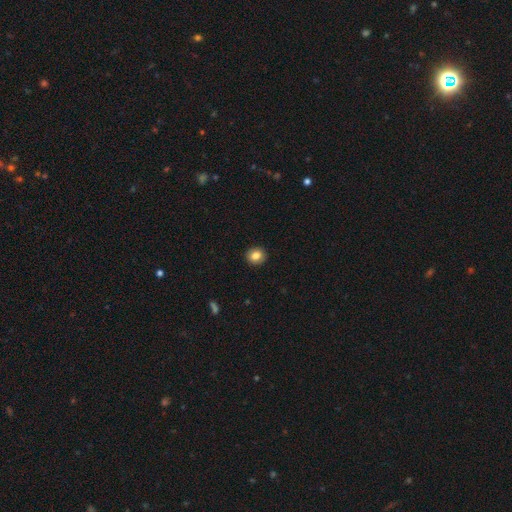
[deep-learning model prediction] Overall: smooth (83%). How rounded: round (81%). Merging: none (91%).